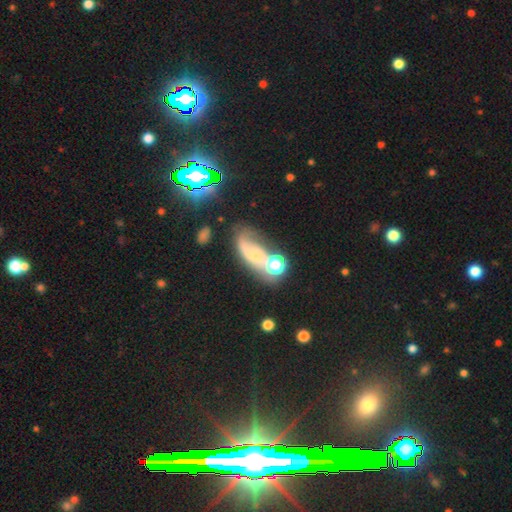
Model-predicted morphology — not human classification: Overall: featured or disk (47%; smooth 34%). Merging: merger (32%; none 29%).